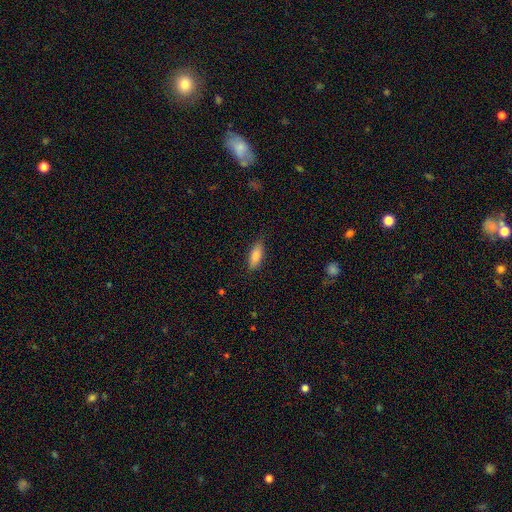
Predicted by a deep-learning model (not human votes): Smooth or featured?
  - smooth: 78% *
  - featured or disk: 15%
  - star or artifact: 7%
How rounded?
  - in between: 66% *
  - cigar-shaped: 31%
  - round: 2%
Merging?
  - none: 84% *
  - minor disturbance: 12%
  - major disturbance: 2%
  - merger: 1%